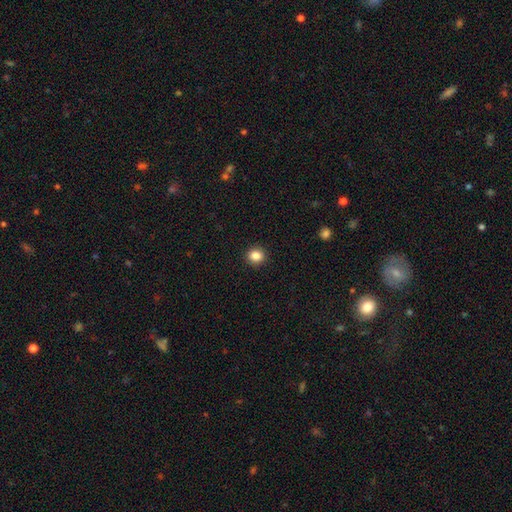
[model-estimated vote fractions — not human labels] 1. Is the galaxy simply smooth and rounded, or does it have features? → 85% smooth, 11% star or artifact, 4% featured or disk.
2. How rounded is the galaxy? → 88% round, 11% in between, 1% cigar-shaped.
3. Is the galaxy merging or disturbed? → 92% none, 5% minor disturbance, 2% major disturbance, 1% merger.